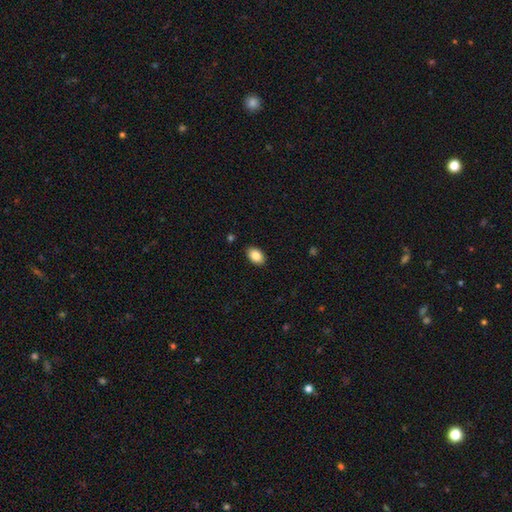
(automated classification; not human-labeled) Smooth or featured? Predicted: smooth (p=0.86). How rounded? Predicted: in between (p=0.88). Merging? Predicted: none (p=0.89).